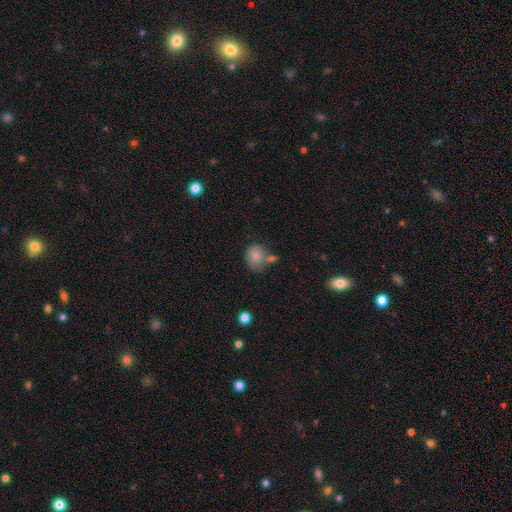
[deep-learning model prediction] A smooth galaxy with no disk features (82%) that is round (55%). Merging: none (51%).